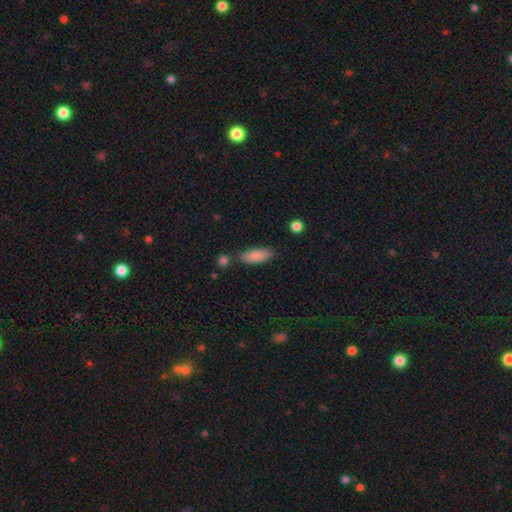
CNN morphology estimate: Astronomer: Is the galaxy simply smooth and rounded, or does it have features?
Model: smooth — 86%.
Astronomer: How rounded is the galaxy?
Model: in between — 73%.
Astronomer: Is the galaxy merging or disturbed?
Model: none — 78%.